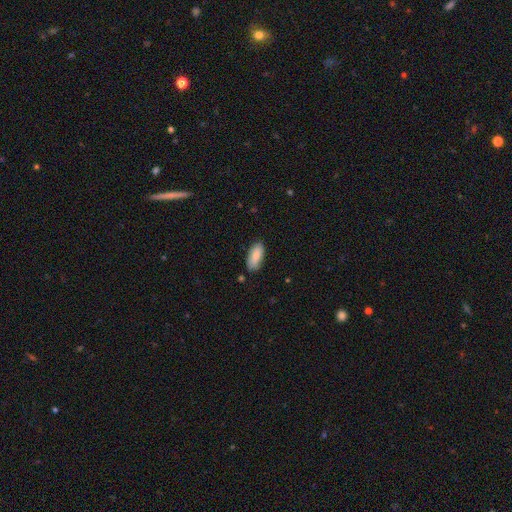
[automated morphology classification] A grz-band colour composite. It shows a smooth galaxy with no disk features (83%) that is in between round and cigar-shaped (87%). Merging: none (82%).